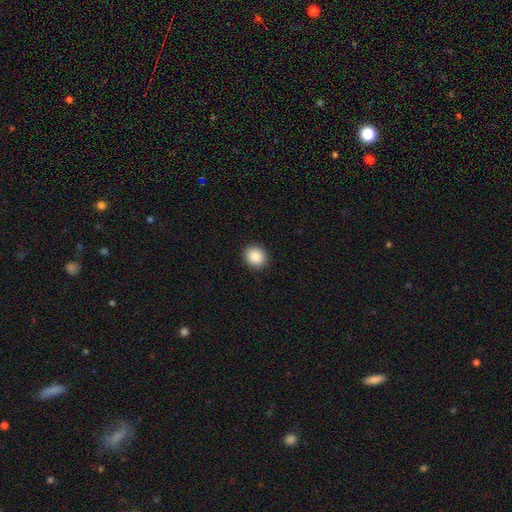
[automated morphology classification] Overall: smooth (88%). How rounded: round (78%). Merging: none (92%).